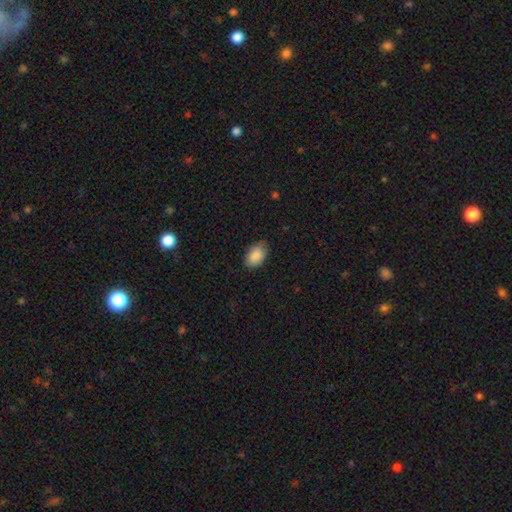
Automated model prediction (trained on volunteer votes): Smooth or featured: smooth — 89% (star or artifact — 7%)
How rounded: in between — 91% (round — 8%)
Merging: none — 81% (minor disturbance — 15%)